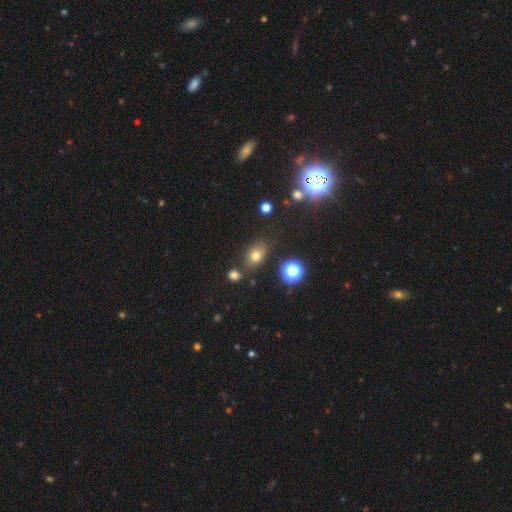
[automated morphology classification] Smooth or featured: smooth — 71% (star or artifact — 18%)
How rounded: in between — 70% (round — 28%)
Merging: none — 75% (minor disturbance — 14%)